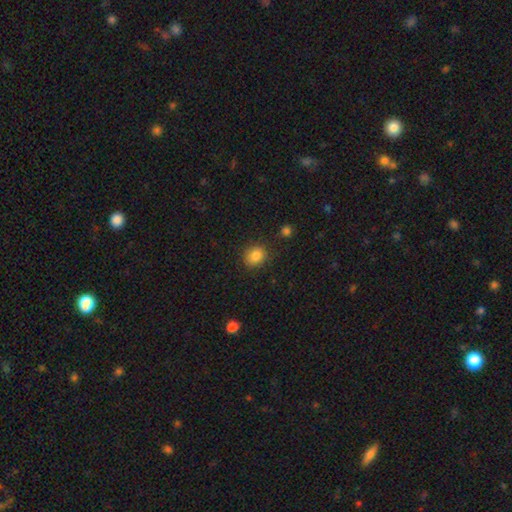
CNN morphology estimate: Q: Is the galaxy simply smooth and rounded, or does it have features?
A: smooth — 85%.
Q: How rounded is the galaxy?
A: round — 70%.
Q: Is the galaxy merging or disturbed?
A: none — 85%.